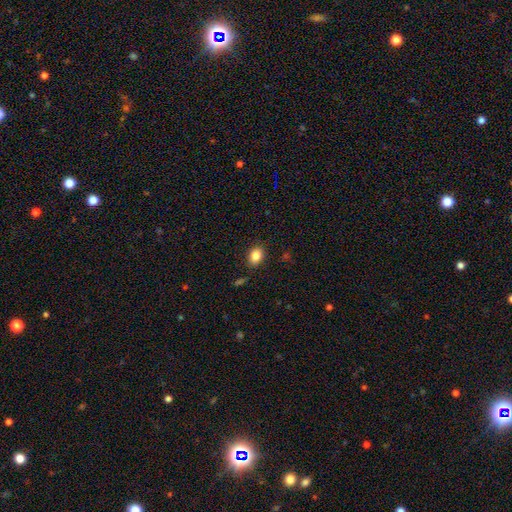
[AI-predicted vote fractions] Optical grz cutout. It shows a smooth galaxy with no disk features (85%) that is in between round and cigar-shaped (63%). Merging: none (86%).